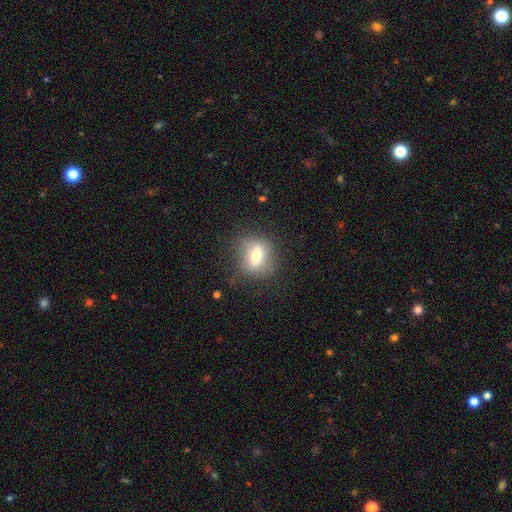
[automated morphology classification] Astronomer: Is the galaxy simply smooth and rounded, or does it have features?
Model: smooth — 55% (runner-up: featured or disk, 35%).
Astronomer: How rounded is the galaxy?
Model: round — 60%.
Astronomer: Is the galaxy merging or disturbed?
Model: none — 81%.